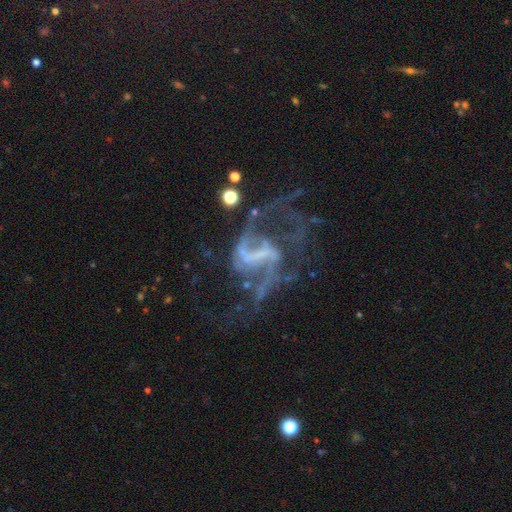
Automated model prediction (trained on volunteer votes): featured or disk 79%, star or artifact 13%, smooth 7%. Down the decision tree: edge-on disk — no (97%); bar — strong (36%); spiral arms — yes (75%); spiral arm count — 2 (54%); spiral winding — loose (58%); bulge size — none (60%); merging — major disturbance (47%).